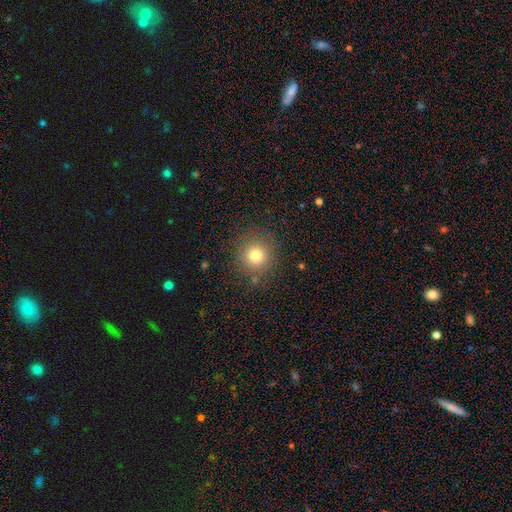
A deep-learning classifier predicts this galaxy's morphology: Smooth or featured? Predicted: smooth (p=0.77). How rounded? Predicted: round (p=0.93). Merging? Predicted: none (p=0.87).